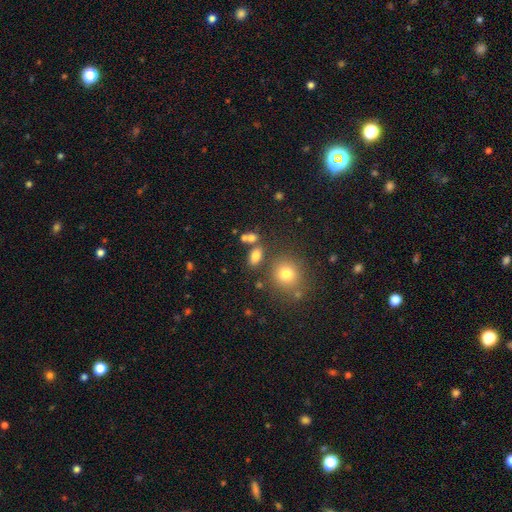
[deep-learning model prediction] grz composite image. It shows a smooth galaxy with no disk features (77%) that is in between round and cigar-shaped (81%). Merging: none (63%).